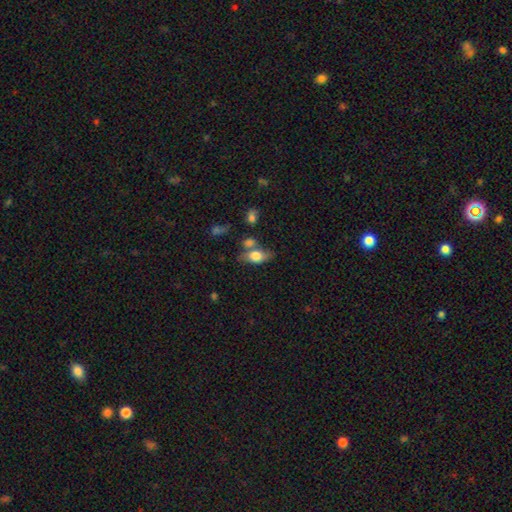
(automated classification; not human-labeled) Morphology: type=smooth (71%); roundness=in between (81%); merging=none (53%).